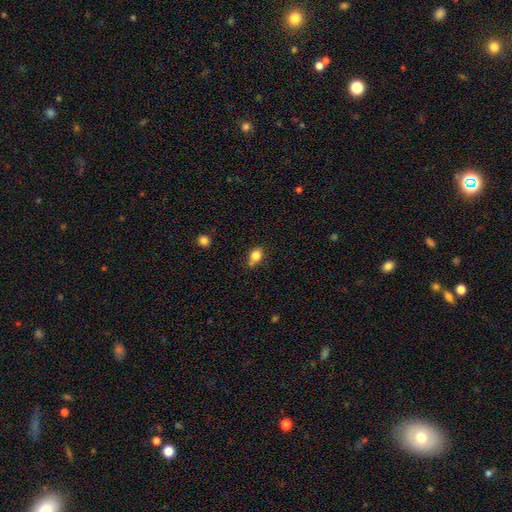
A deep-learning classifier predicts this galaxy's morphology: This is clearly a smooth galaxy (81%). How rounded: possibly in between (54%). Merging: possibly none (59%).